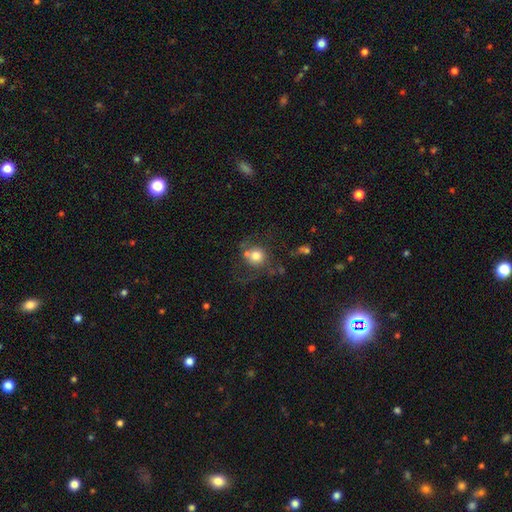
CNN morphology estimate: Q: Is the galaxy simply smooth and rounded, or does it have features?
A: smooth — 67%.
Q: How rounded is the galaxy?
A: round — 88%.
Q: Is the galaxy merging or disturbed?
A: none — 51%.